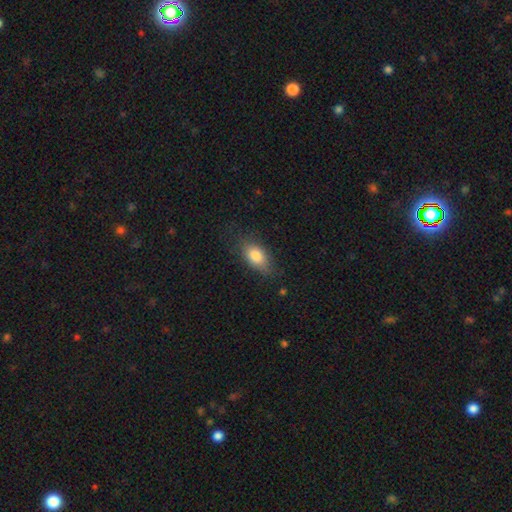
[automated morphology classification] smooth 82%, featured or disk 10%, star or artifact 8%. Down the decision tree: how rounded — in between (88%); merging — none (72%).